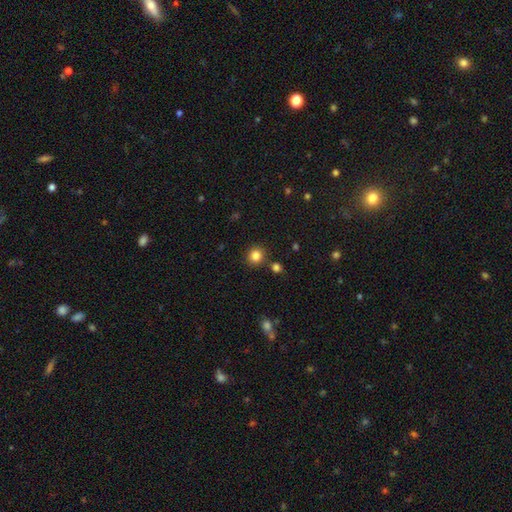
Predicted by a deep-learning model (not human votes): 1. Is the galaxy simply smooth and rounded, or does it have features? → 83% smooth, 12% star or artifact, 5% featured or disk.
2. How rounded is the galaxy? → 89% round, 10% in between, 1% cigar-shaped.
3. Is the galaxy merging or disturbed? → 84% none, 7% minor disturbance, 6% merger, 3% major disturbance.